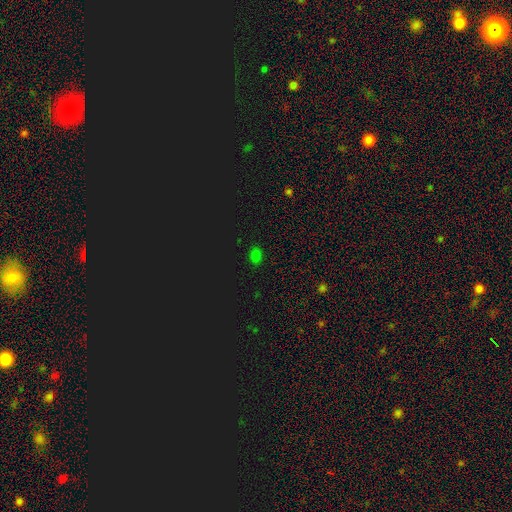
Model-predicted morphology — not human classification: The model was most divided on "smooth or featured": smooth: 66%, star or artifact: 30%, featured or disk: 5%. More confident: merging — none (87%); how rounded — in between (68%).